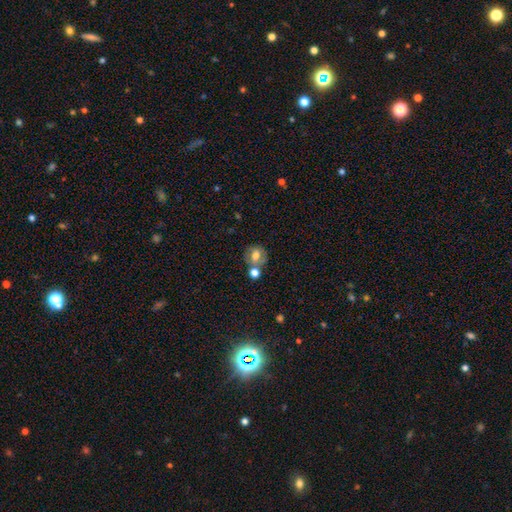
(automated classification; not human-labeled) A smooth galaxy with no disk features (59%) that is round (73%). Merging: none (55%).